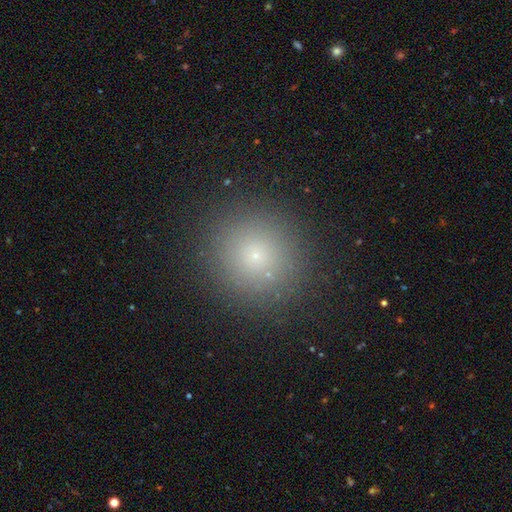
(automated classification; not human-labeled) smooth_or_featured: smooth (p=0.72) [alt: star or artifact p=0.20]
how_rounded: round (p=0.95) [alt: in between p=0.04]
merging: none (p=0.90) [alt: minor disturbance p=0.06]